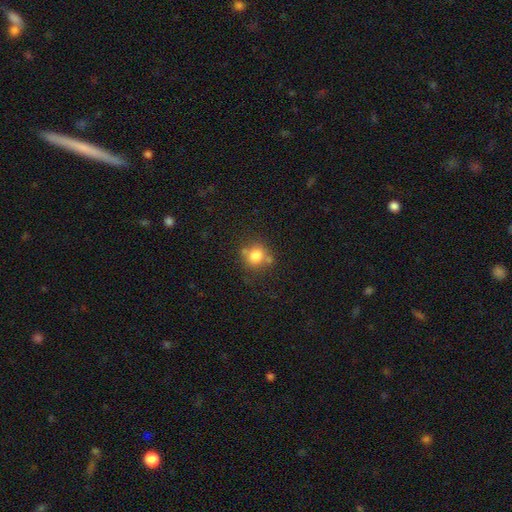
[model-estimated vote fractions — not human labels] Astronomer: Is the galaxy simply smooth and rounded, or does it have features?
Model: smooth — 78%.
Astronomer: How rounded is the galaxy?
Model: round — 85%.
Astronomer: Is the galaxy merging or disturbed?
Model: none — 64%.